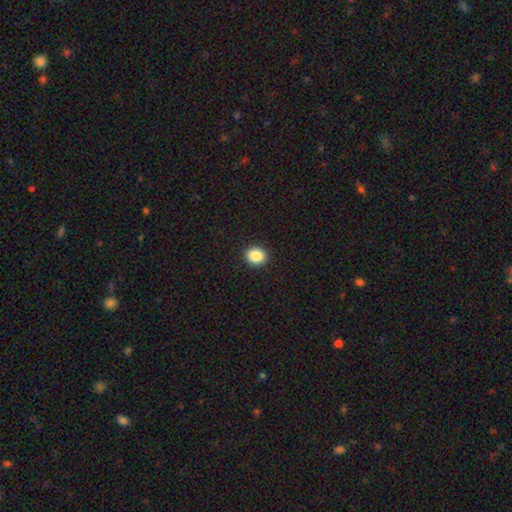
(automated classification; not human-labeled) A smooth galaxy with no disk features (86%) that is round (71%). Merging: none (92%).